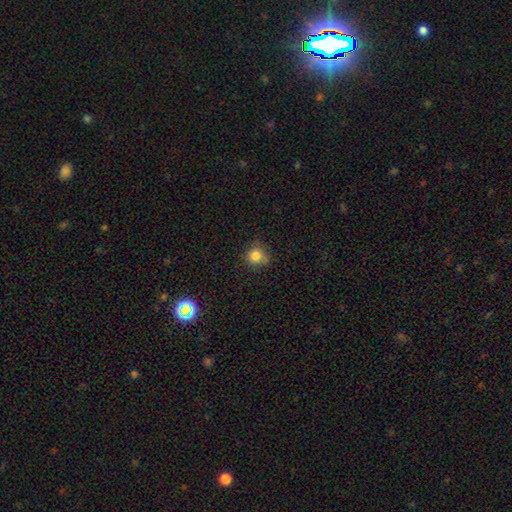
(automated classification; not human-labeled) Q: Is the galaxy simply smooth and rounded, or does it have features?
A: smooth — 81%.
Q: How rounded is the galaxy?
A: round — 85%.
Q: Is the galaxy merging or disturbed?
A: none — 69%.